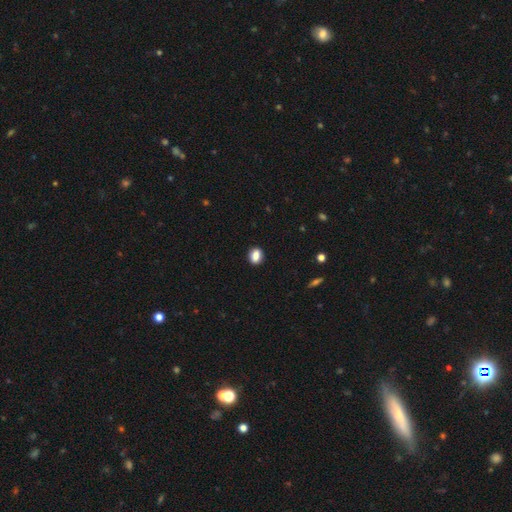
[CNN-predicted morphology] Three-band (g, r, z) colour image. It shows a smooth galaxy with no disk features (86%) that is in between round and cigar-shaped (66%). Merging: none (89%).